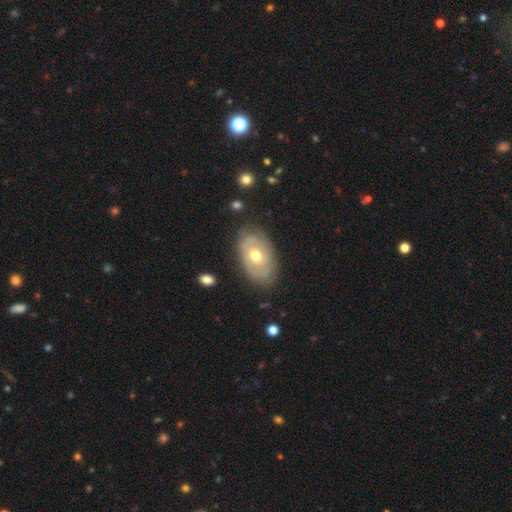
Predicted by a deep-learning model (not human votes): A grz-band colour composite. It shows a featured or disk galaxy (64%) with no bar (81%), no spiral arms (57%) and a moderate central bulge (76%). Merging: none (76%).